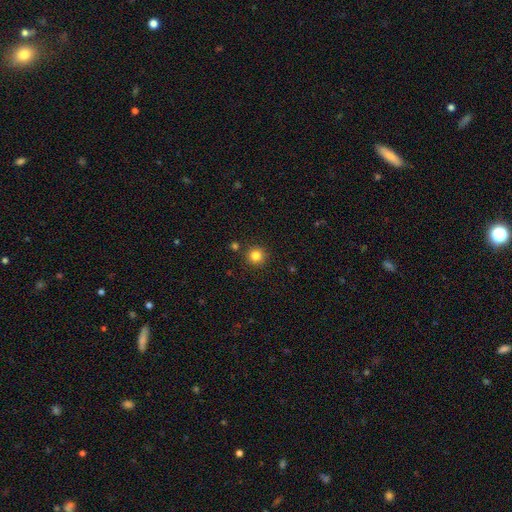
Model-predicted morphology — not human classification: Overall: smooth (83%). How rounded: round (95%). Merging: none (90%).